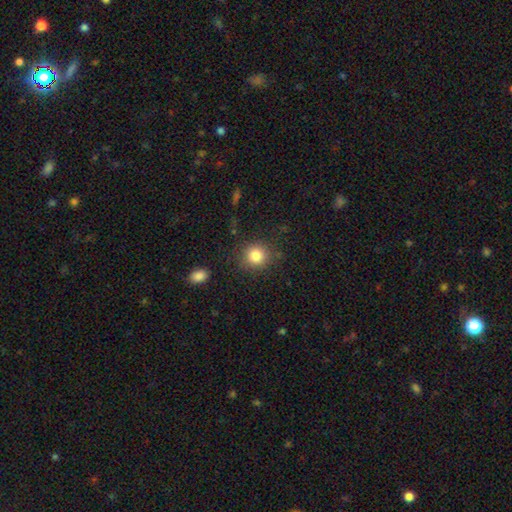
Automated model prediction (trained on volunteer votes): smooth 82%, star or artifact 11%, featured or disk 7%. Down the decision tree: how rounded — round (89%); merging — none (85%).